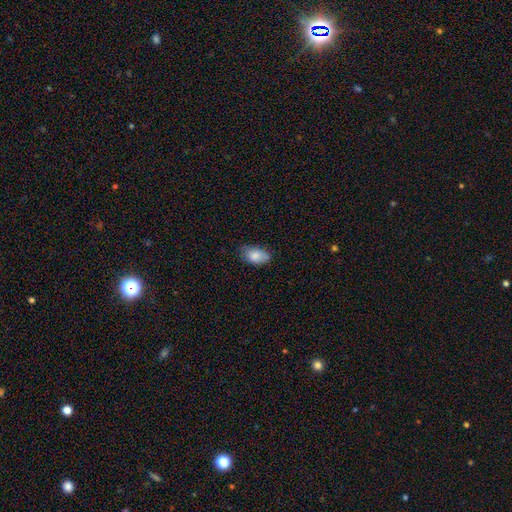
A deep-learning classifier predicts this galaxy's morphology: Smooth or featured? smooth (84%)
How rounded? in between (92%)
Merging? none (69%)